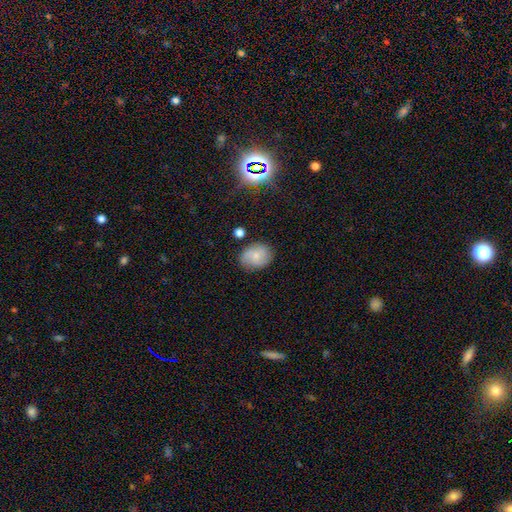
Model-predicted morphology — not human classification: The model was most divided on "how rounded": round: 50%, in between: 49%, cigar-shaped: 1%. More confident: merging — none (77%); smooth or featured — smooth (67%).